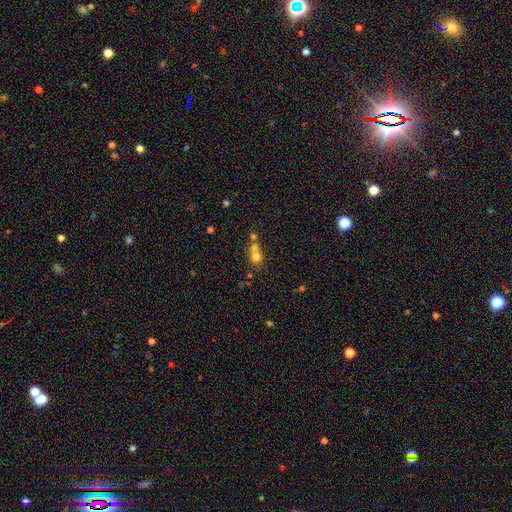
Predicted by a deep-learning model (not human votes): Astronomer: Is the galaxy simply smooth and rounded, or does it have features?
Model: smooth — 66%.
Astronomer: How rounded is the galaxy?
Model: round — 79%.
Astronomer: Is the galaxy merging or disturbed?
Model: merger — 56% (runner-up: none, 34%).